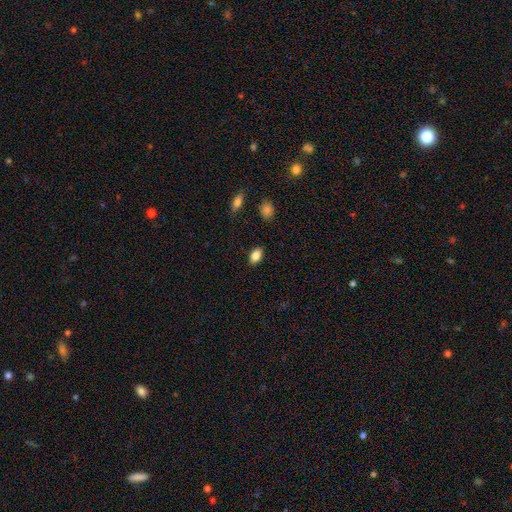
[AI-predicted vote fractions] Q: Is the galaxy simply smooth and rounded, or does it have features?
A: smooth — 84%.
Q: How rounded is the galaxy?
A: in between — 89%.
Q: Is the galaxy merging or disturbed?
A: none — 88%.